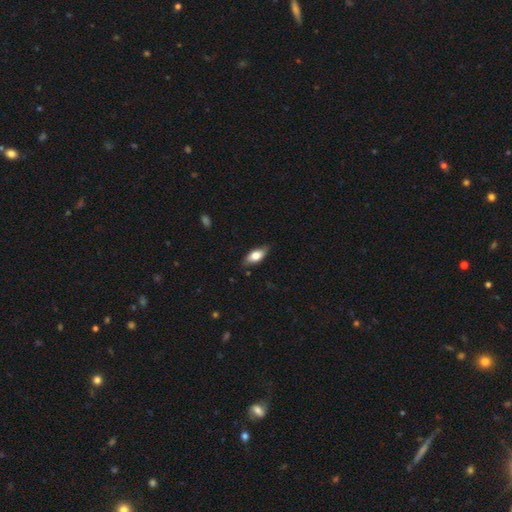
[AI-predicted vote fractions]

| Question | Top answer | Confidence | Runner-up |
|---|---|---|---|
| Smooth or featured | smooth | 73% | featured or disk (21%) |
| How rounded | in between | 85% | cigar-shaped (11%) |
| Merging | none | 80% | minor disturbance (17%) |